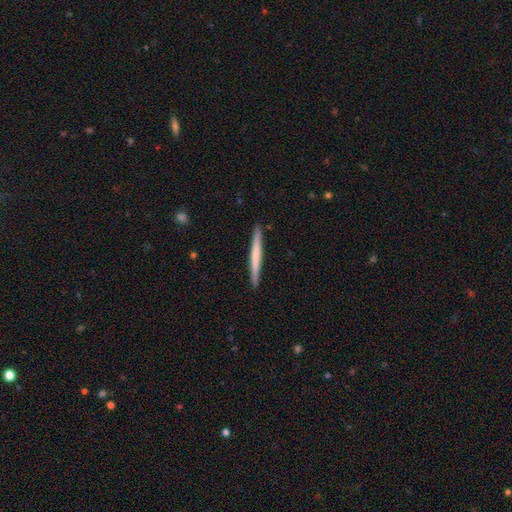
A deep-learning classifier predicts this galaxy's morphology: Smooth or featured?
  - smooth: 57% *
  - featured or disk: 38%
  - star or artifact: 5%
How rounded?
  - cigar-shaped: 97% *
  - in between: 2%
  - round: 1%
Merging?
  - none: 92% *
  - minor disturbance: 6%
  - major disturbance: 1%
  - merger: 1%